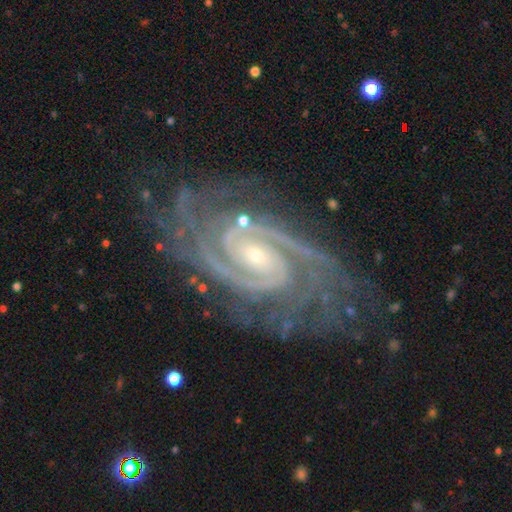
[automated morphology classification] type=featured or disk (93%); edge-on=no (97%); bar=no (53%); spiral arms=yes (99%); winding=tight (71%); arm count=2 (66%); bulge=small (67%); merging=none (70%).